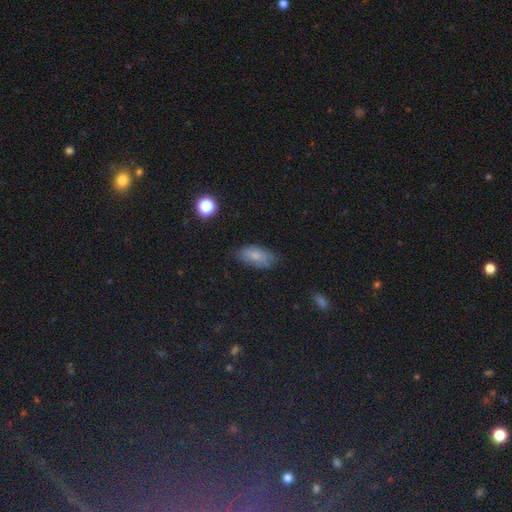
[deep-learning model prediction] Smooth or featured?
  - smooth: 76% *
  - featured or disk: 13%
  - star or artifact: 10%
How rounded?
  - in between: 90% *
  - cigar-shaped: 6%
  - round: 4%
Merging?
  - none: 68% *
  - minor disturbance: 25%
  - major disturbance: 6%
  - merger: 2%